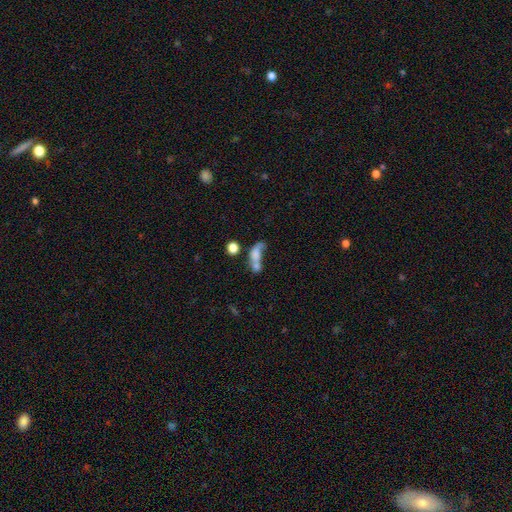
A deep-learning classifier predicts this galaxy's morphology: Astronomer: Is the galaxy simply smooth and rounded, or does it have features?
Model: smooth — 60%.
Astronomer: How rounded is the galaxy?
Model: in between — 61%.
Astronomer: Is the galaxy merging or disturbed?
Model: merger — 56%.